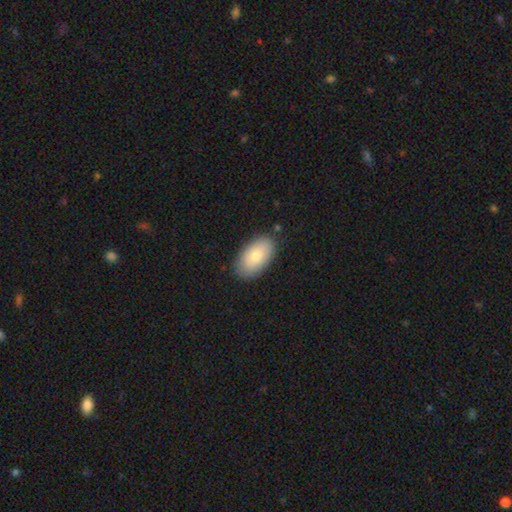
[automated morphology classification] A smooth galaxy with no disk features (82%) that is in between round and cigar-shaped (95%). Merging: none (85%).